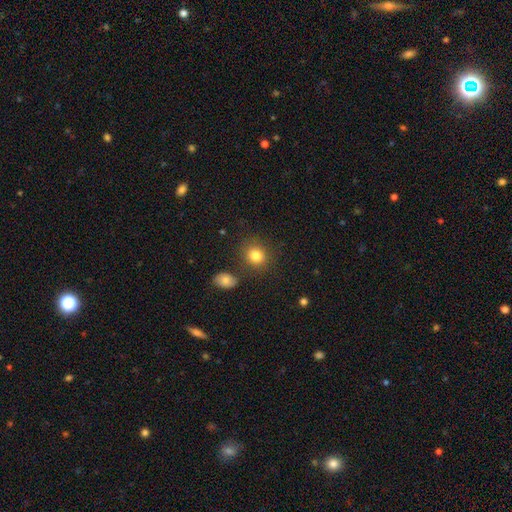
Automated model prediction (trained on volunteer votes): Morphology: type=smooth (83%); roundness=round (73%); merging=none (81%).